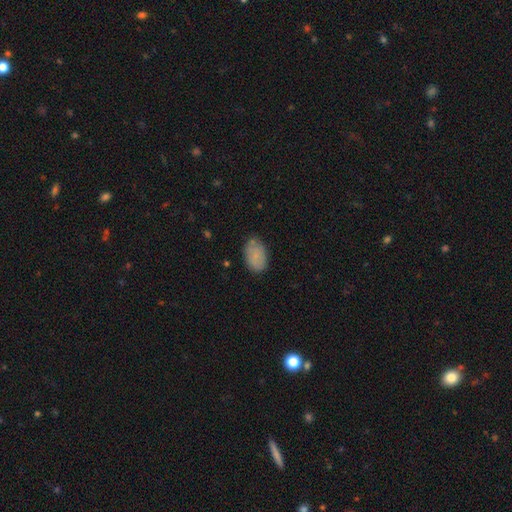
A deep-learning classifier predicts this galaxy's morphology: smooth_or_featured: smooth (p=0.78) [alt: featured or disk p=0.15]
how_rounded: in between (p=0.92) [alt: round p=0.07]
merging: none (p=0.76) [alt: minor disturbance p=0.18]